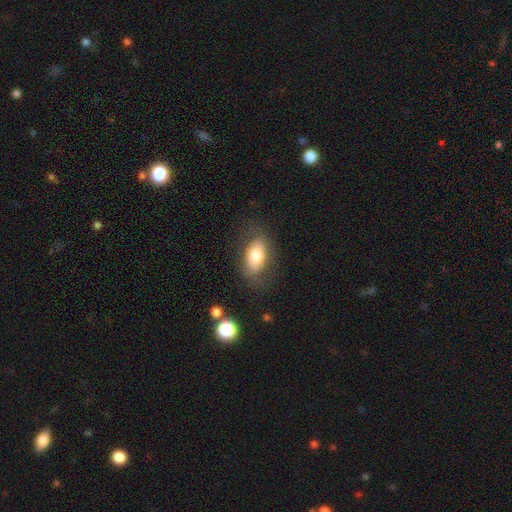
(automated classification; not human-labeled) Smooth or featured?
  - smooth: 73% *
  - featured or disk: 20%
  - star or artifact: 7%
How rounded?
  - in between: 91% *
  - round: 7%
  - cigar-shaped: 2%
Merging?
  - none: 76% *
  - minor disturbance: 15%
  - major disturbance: 7%
  - merger: 2%